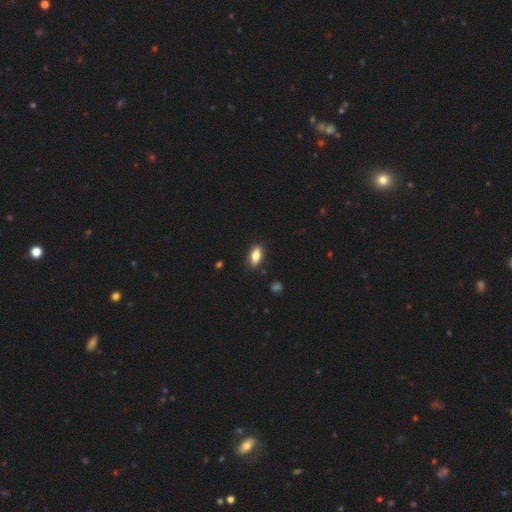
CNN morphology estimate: This is likely a smooth galaxy (79%). How rounded: clearly in between (83%). Merging: clearly none (87%).